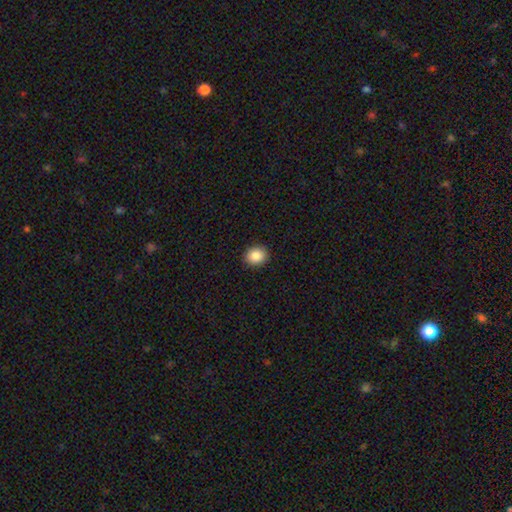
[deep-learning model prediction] This is clearly a smooth galaxy (88%). How rounded: likely round (69%). Merging: clearly none (91%).